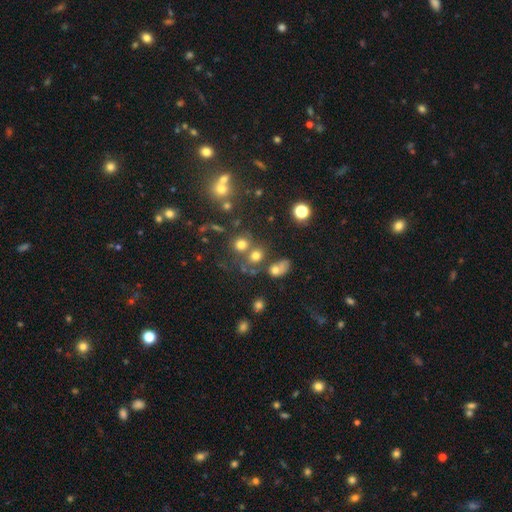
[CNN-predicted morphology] Smooth or featured? Predicted: smooth (p=0.70). How rounded? Predicted: round (p=0.77). Merging? Predicted: none (p=0.54).